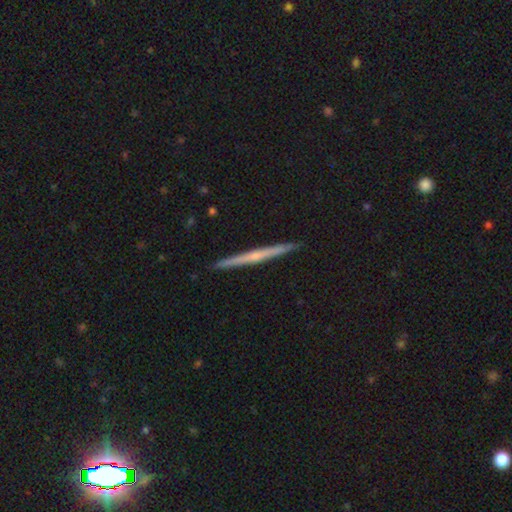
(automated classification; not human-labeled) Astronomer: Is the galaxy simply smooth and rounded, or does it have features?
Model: featured or disk — 64%.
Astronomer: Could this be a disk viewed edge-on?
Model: yes — 98%.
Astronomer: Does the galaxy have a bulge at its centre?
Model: none — 52% (runner-up: rounded, 42%).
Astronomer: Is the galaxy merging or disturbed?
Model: none — 93%.